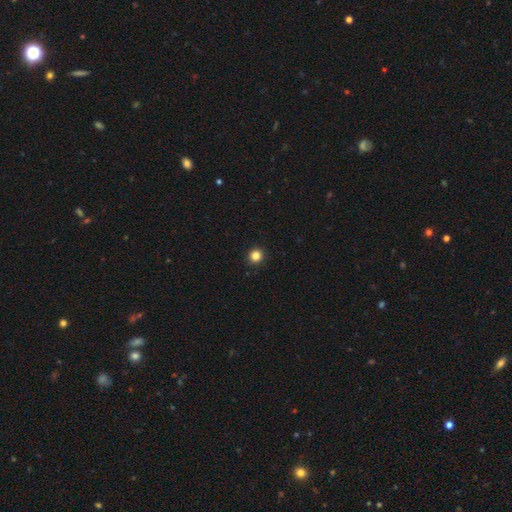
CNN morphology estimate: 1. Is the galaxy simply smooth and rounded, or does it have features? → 84% smooth, 12% star or artifact, 4% featured or disk.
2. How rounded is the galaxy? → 94% round, 6% in between, 1% cigar-shaped.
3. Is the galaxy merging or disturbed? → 93% none, 5% minor disturbance, 1% major disturbance, 1% merger.